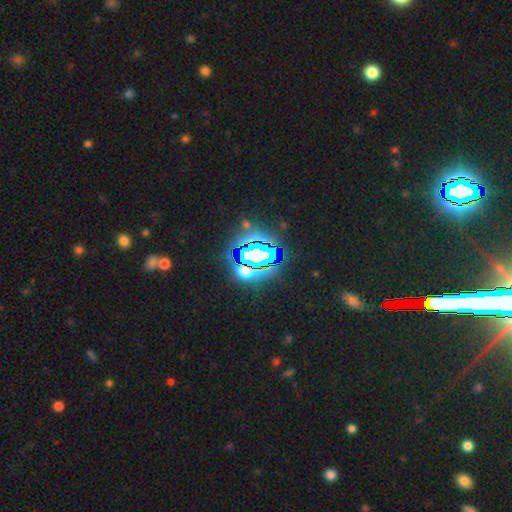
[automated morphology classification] Smooth or featured: star or artifact — 82% (smooth — 10%)